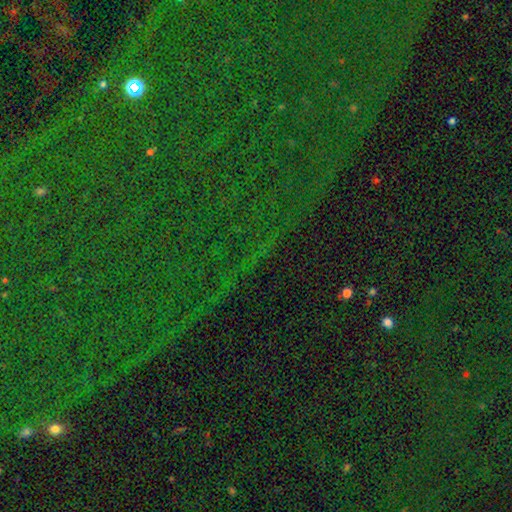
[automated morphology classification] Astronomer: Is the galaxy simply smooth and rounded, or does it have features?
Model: star or artifact — 83%.